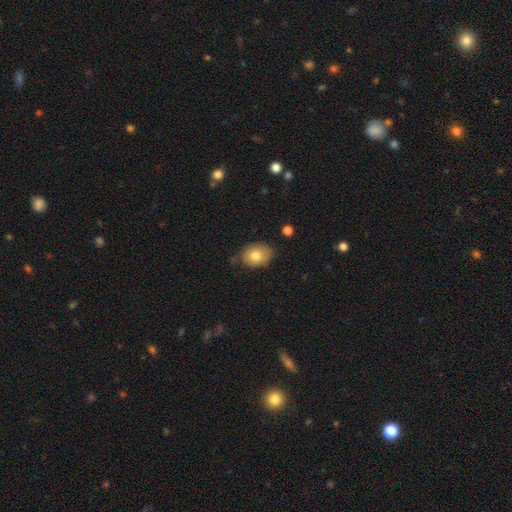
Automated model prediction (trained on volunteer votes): Smooth or featured? Predicted: smooth (p=0.79). How rounded? Predicted: in between (p=0.59). Merging? Predicted: none (p=0.74).